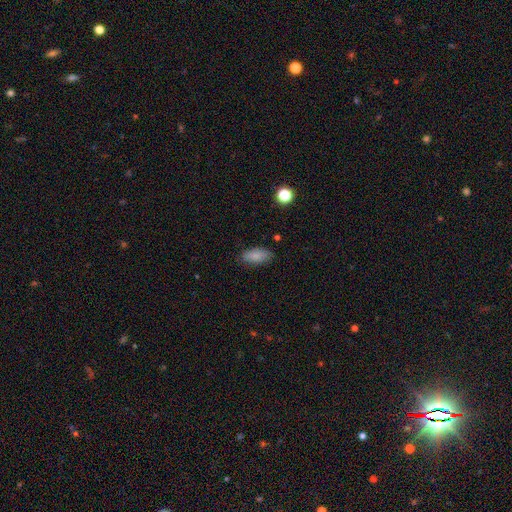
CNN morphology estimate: Smooth or featured? Predicted: smooth (p=0.85). How rounded? Predicted: in between (p=0.87). Merging? Predicted: none (p=0.82).